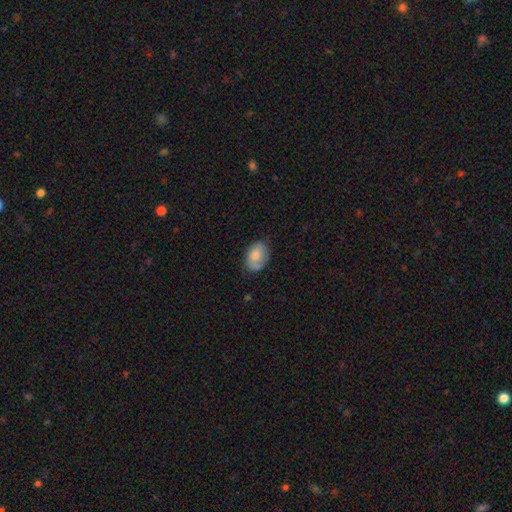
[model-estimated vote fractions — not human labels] smooth-or-featured: smooth: 68% | featured or disk: 24% | star or artifact: 7%
  how-rounded: in between: 79% | round: 20% | cigar-shaped: 1%
  merging: none: 64% | minor disturbance: 27% | major disturbance: 7% | merger: 2%